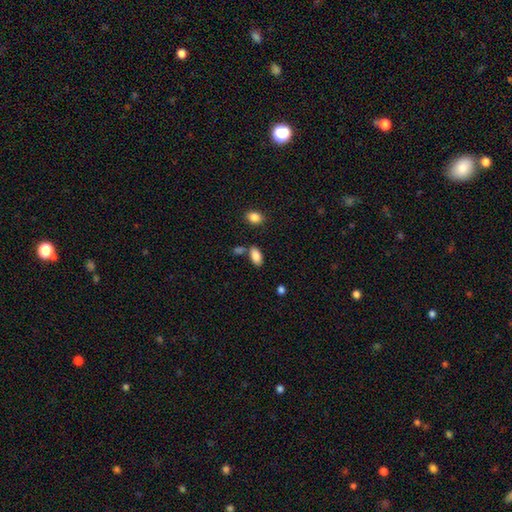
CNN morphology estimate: The model was most divided on "merging": none: 69%, merger: 14%, minor disturbance: 13%, major disturbance: 4%. More confident: how rounded — in between (92%); smooth or featured — smooth (86%).